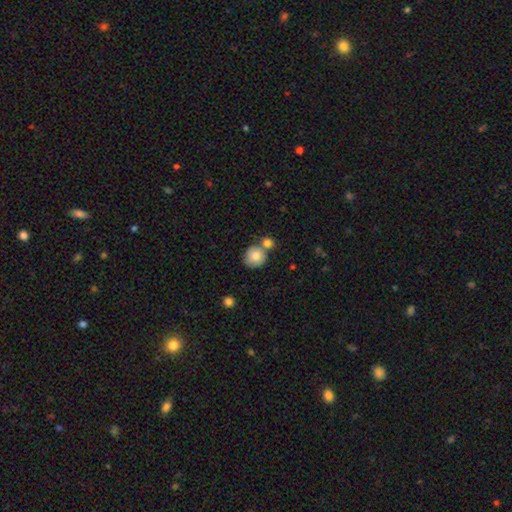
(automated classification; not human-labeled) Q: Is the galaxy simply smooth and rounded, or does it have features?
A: smooth — 81%.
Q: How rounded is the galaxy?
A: round — 87%.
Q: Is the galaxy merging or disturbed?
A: none — 48%.